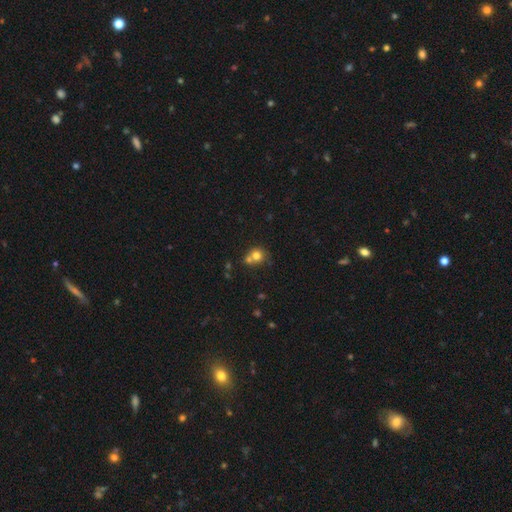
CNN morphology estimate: Smooth or featured: smooth — 75% (star or artifact — 13%)
How rounded: round — 82% (in between — 17%)
Merging: merger — 45% (none — 43%)